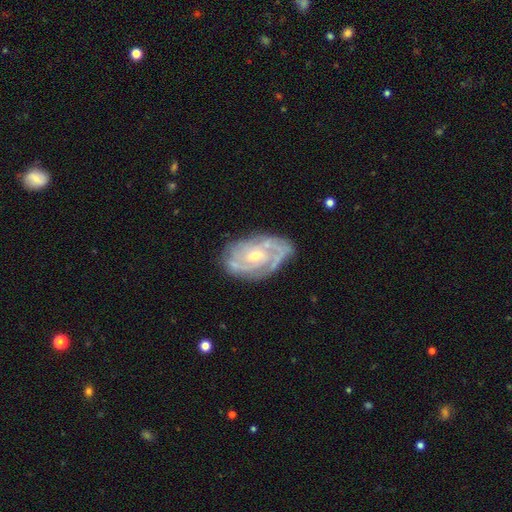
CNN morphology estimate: Overall: featured or disk (85%). Edge-on disk: no (96%). Bar: no (65%; weak 29%). Spiral arms: yes (93%). Spiral arm count: 2 (37%; can't tell 31%). Spiral winding: tight (60%; medium 31%). Bulge size: small (52%; moderate 45%). Merging: none (71%).